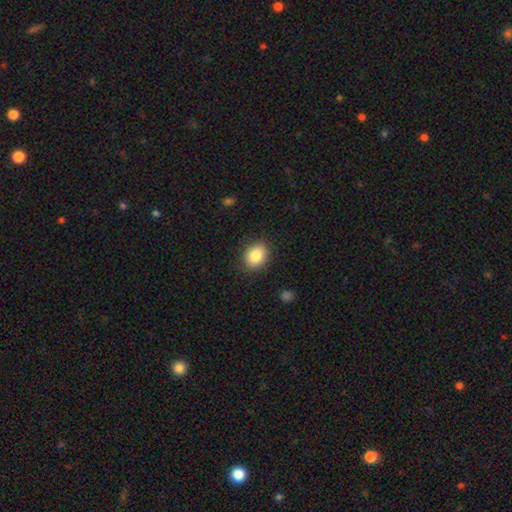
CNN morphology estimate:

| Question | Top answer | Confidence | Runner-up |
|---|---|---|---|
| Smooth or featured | smooth | 84% | star or artifact (9%) |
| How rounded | in between | 54% | round (45%) |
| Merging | none | 88% | minor disturbance (8%) |